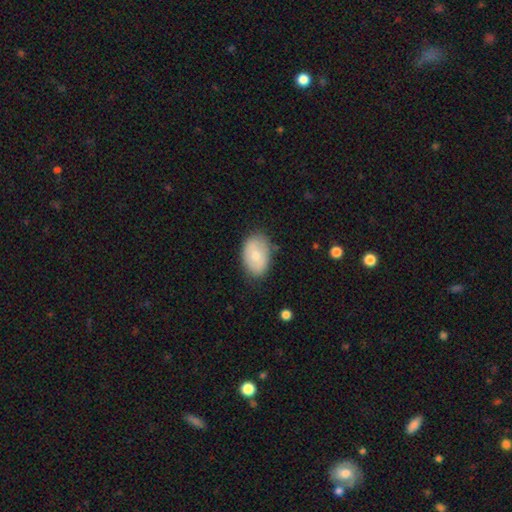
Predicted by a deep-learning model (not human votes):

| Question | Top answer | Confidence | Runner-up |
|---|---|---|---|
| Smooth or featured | smooth | 70% | featured or disk (23%) |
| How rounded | in between | 86% | round (13%) |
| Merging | none | 78% | minor disturbance (17%) |